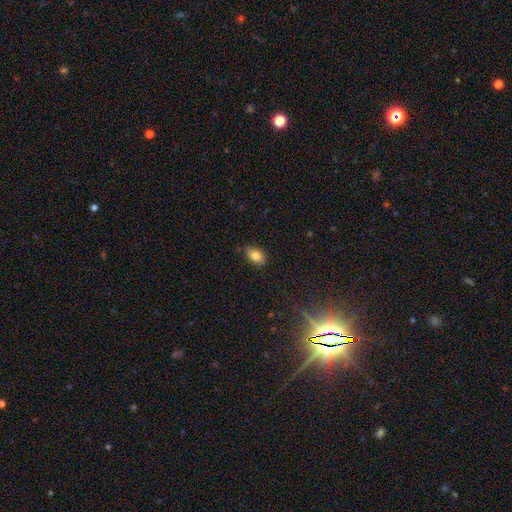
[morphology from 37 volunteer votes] smooth 84%, featured or disk 8%, star or artifact 8%. Down the decision tree: how rounded — in between (100%); merging — none (85%).